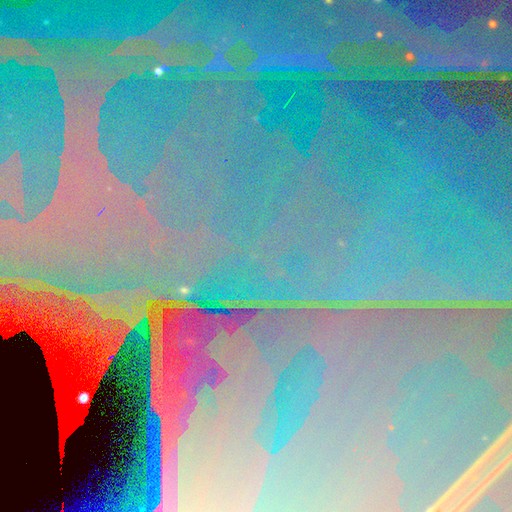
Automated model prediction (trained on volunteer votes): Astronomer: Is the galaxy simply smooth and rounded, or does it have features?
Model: star or artifact — 85%.